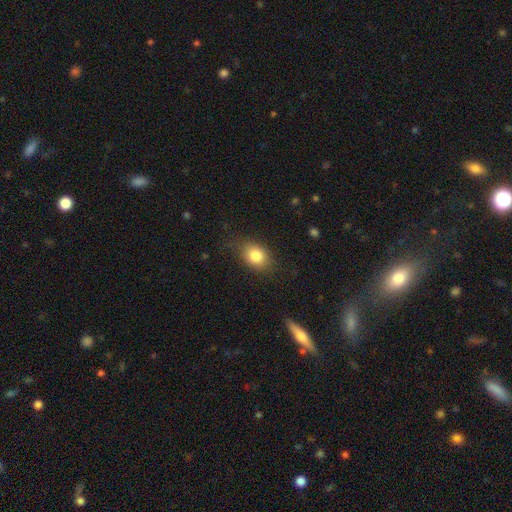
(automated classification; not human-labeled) smooth_or_featured: smooth (p=0.82) [alt: star or artifact p=0.09]
how_rounded: in between (p=0.62) [alt: round p=0.37]
merging: none (p=0.76) [alt: minor disturbance p=0.18]